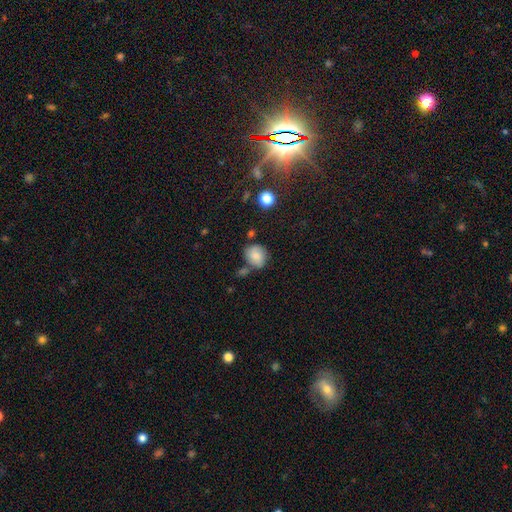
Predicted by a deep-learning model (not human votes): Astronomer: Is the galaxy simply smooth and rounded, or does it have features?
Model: smooth — 81%.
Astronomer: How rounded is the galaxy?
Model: round — 62% (runner-up: in between, 37%).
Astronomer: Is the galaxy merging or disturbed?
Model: none — 61%.